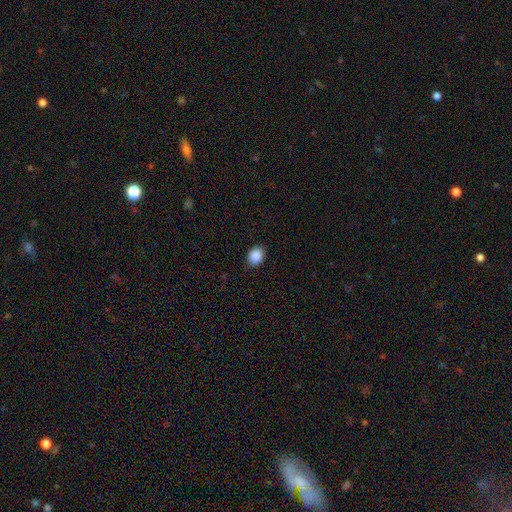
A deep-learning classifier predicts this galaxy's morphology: Smooth or featured? Predicted: smooth (p=0.89). How rounded? Predicted: in between (p=0.52). Merging? Predicted: none (p=0.87).